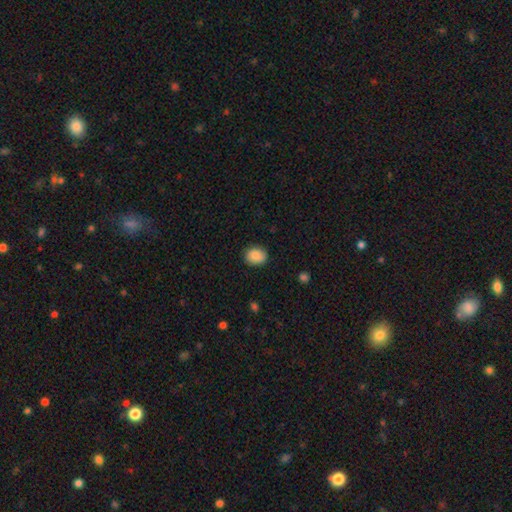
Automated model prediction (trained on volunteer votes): smooth_or_featured: smooth (p=0.87) [alt: star or artifact p=0.08]
how_rounded: round (p=0.56) [alt: in between p=0.43]
merging: none (p=0.86) [alt: minor disturbance p=0.10]